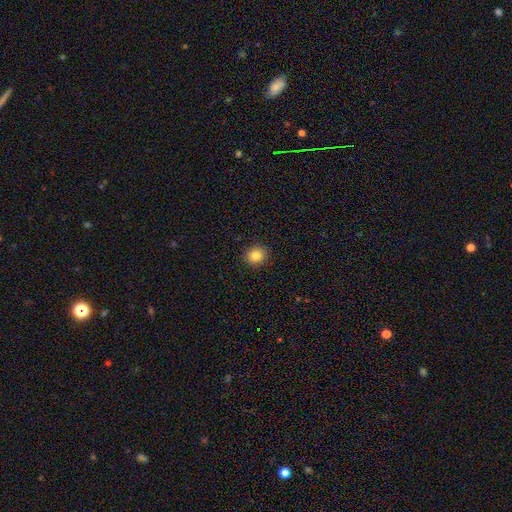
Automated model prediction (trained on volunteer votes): smooth-or-featured: smooth: 84% | star or artifact: 11% | featured or disk: 5%
  how-rounded: round: 80% | in between: 19% | cigar-shaped: 1%
  merging: none: 91% | minor disturbance: 6% | major disturbance: 2% | merger: 1%